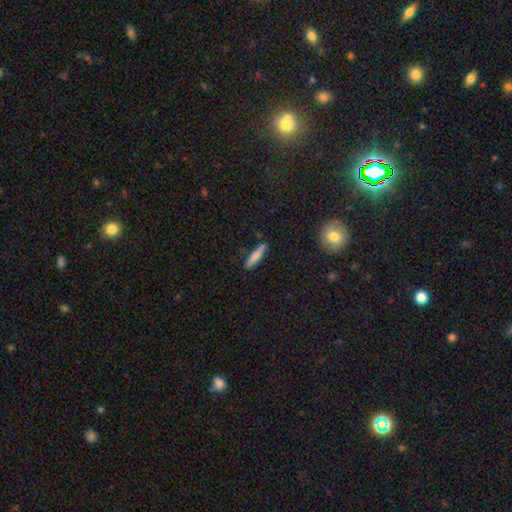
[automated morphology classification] A smooth galaxy with no disk features (78%) that is cigar-shaped (86%).

Vote fractions:
- Smooth or featured? smooth: 78% / featured or disk: 16% / star or artifact: 6%
- How rounded? cigar-shaped: 86% / in between: 12% / round: 2%
- Merging? none: 85% / minor disturbance: 11% / major disturbance: 2% / merger: 2%